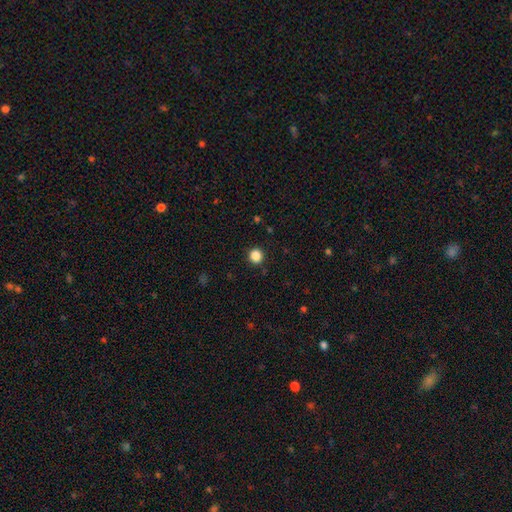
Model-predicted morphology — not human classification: A smooth galaxy with no disk features (86%) that is round (90%).

Vote fractions:
- Smooth or featured? smooth: 86% / star or artifact: 11% / featured or disk: 3%
- How rounded? round: 90% / in between: 9% / cigar-shaped: 1%
- Merging? none: 92% / minor disturbance: 5% / major disturbance: 2% / merger: 1%